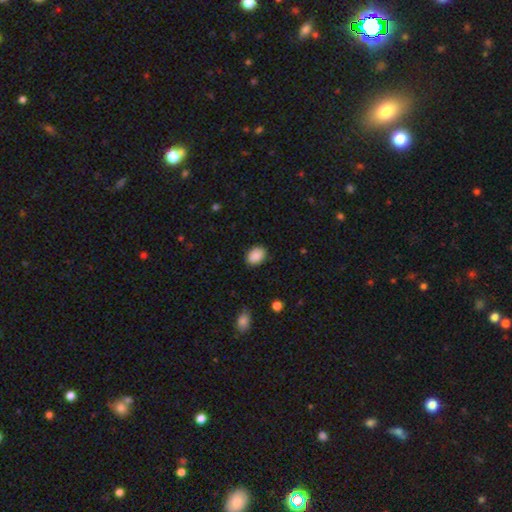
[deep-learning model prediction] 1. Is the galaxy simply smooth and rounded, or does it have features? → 89% smooth, 7% star or artifact, 3% featured or disk.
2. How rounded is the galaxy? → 75% in between, 24% round, 1% cigar-shaped.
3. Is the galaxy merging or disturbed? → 86% none, 11% minor disturbance, 2% major disturbance, 1% merger.